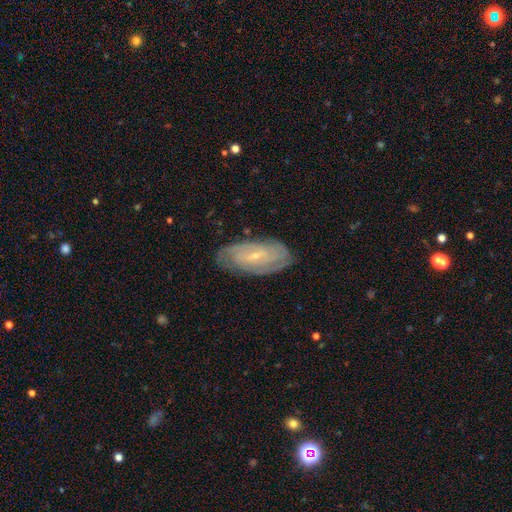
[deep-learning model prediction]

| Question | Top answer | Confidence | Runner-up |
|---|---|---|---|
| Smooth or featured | featured or disk | 77% | smooth (16%) |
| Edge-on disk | no | 92% | yes (8%) |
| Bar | weak | 44% | no (39%) |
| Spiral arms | yes | 92% | no (8%) |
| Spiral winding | tight | 67% | medium (26%) |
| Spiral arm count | can't tell | 38% | 2 (34%) |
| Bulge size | small | 80% | moderate (16%) |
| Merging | none | 80% | minor disturbance (15%) |